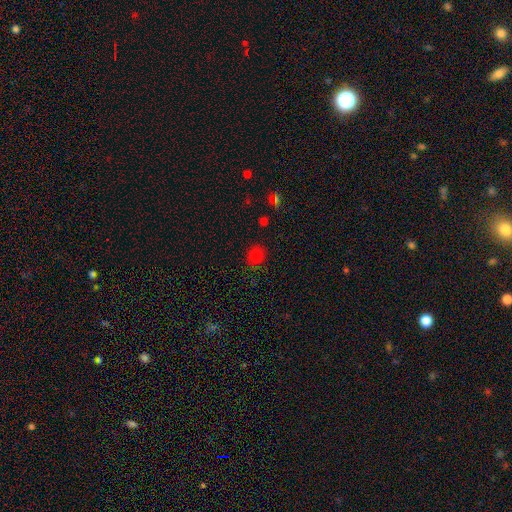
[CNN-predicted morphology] Smooth or featured? Predicted: smooth (p=0.76). How rounded? Predicted: round (p=0.75). Merging? Predicted: none (p=0.77).